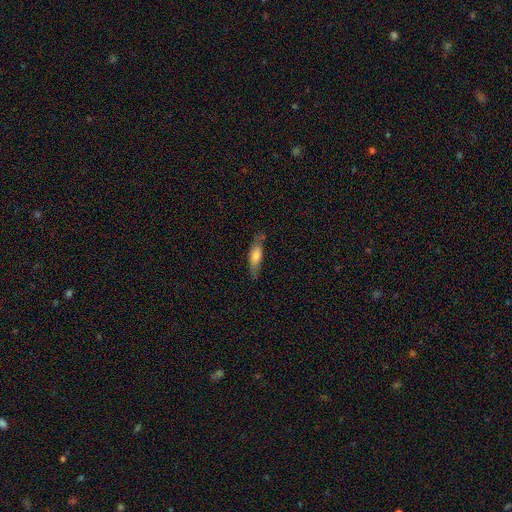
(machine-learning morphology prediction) smooth_or_featured: smooth (p=0.63) [alt: featured or disk p=0.30]
how_rounded: cigar-shaped (p=0.56) [alt: in between p=0.42]
merging: none (p=0.70) [alt: minor disturbance p=0.22]